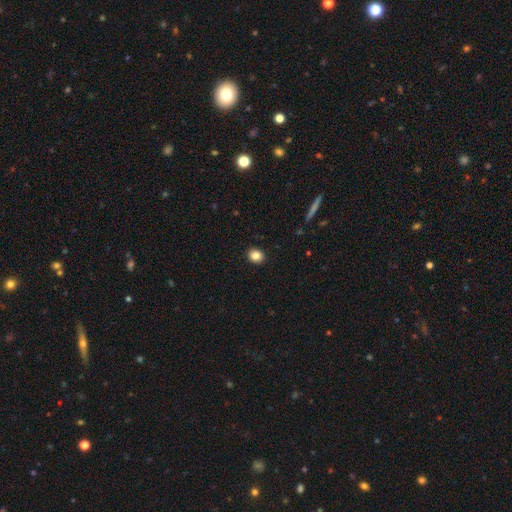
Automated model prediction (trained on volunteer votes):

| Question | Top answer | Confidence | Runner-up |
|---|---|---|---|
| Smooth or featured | smooth | 84% | star or artifact (10%) |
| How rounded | round | 67% | in between (32%) |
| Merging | none | 92% | minor disturbance (6%) |